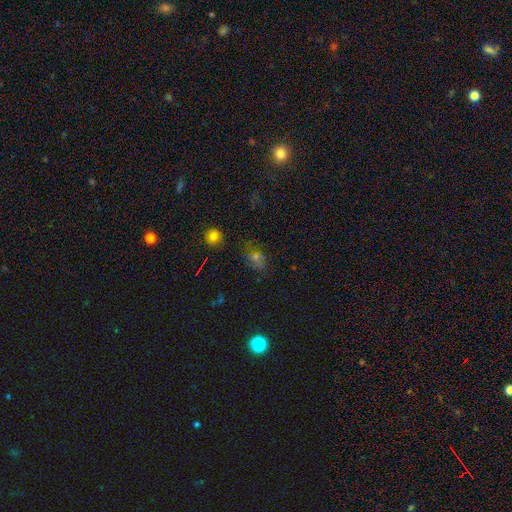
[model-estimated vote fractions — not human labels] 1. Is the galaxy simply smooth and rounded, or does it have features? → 44% smooth, 36% star or artifact, 20% featured or disk.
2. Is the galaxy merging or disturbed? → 71% none, 18% minor disturbance, 8% major disturbance, 3% merger.